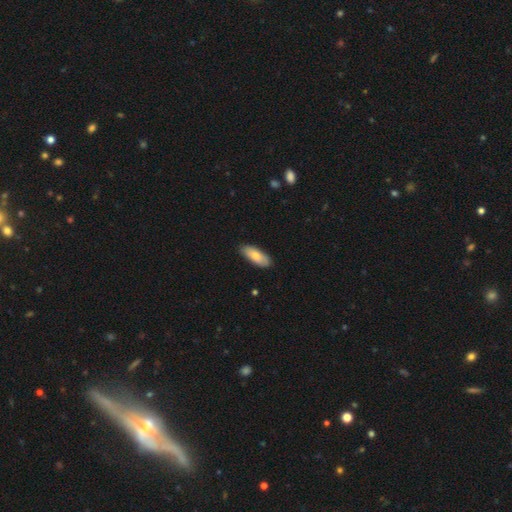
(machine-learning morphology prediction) A smooth galaxy with no disk features (78%) that is in between round and cigar-shaped (77%).

Vote fractions:
- Smooth or featured? smooth: 78% / featured or disk: 17% / star or artifact: 6%
- How rounded? in between: 77% / cigar-shaped: 21% / round: 2%
- Merging? none: 84% / minor disturbance: 13% / major disturbance: 2% / merger: 1%